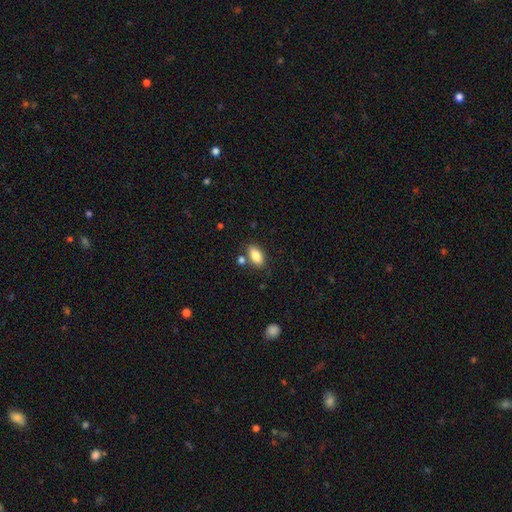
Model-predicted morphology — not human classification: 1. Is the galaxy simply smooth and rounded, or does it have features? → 83% smooth, 10% featured or disk, 8% star or artifact.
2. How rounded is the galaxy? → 90% in between, 5% round, 5% cigar-shaped.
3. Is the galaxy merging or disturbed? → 76% none, 12% minor disturbance, 9% merger, 3% major disturbance.